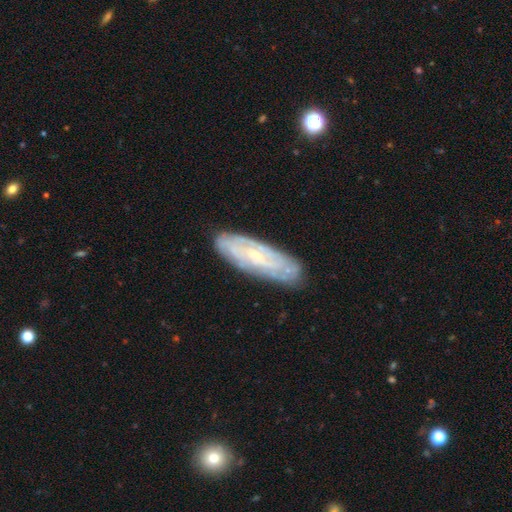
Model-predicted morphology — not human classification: This appears to be a featured or disk galaxy (72%) with no bar (50%), spiral arms (82%) and a small central bulge (70%). Merging: none (82%).